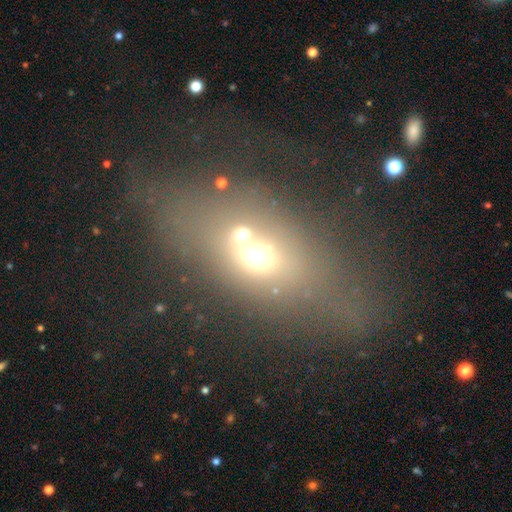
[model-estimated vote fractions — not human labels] Smooth or featured: smooth — 47% (featured or disk — 31%)
Merging: merger — 36% (none — 30%)